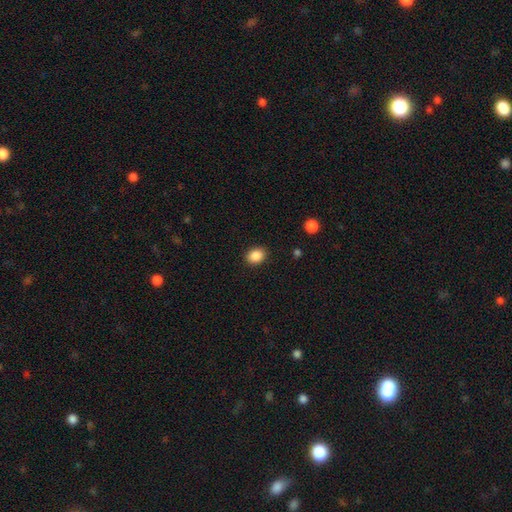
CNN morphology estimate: This appears to be a smooth galaxy with no disk features (88%) that is in between round and cigar-shaped (56%). Merging: none (89%).